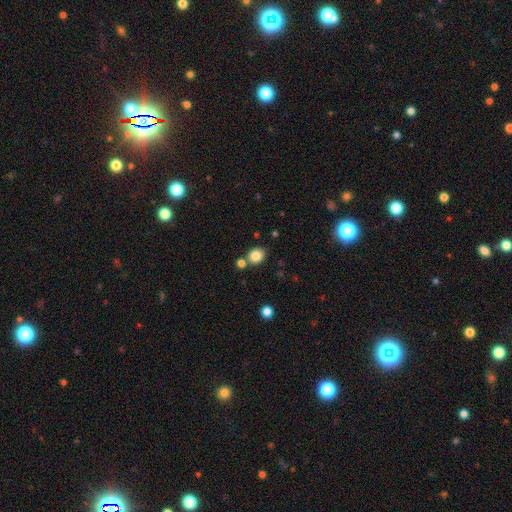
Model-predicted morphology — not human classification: Smooth or featured? smooth (84%)
How rounded? round (65%)
Merging? none (74%)